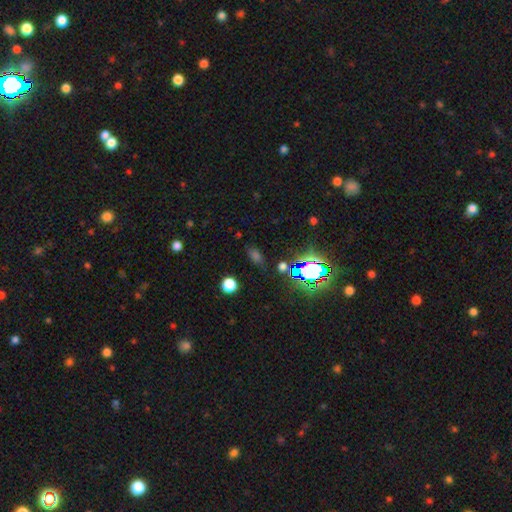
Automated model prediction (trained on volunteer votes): Q: Smooth or featured?
A: star or artifact (46%); runner-up: smooth (43%)